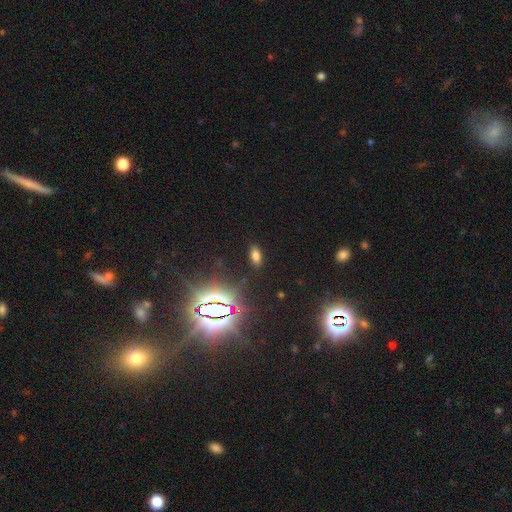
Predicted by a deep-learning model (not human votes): Overall: smooth (65%; star or artifact 27%). How rounded: in between (87%). Merging: none (86%).